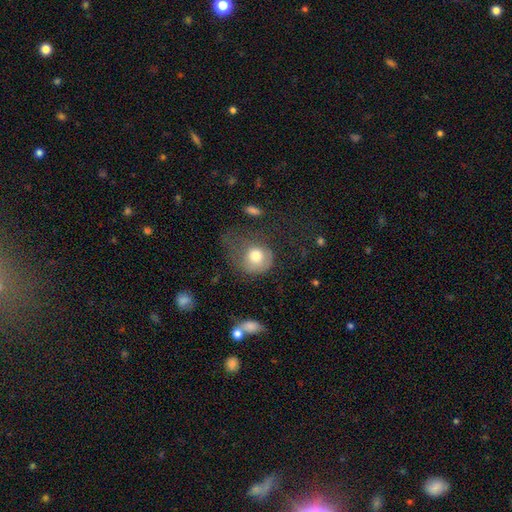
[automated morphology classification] A smooth galaxy with no disk features (71%) that is round (75%). Merging: major disturbance (49%).